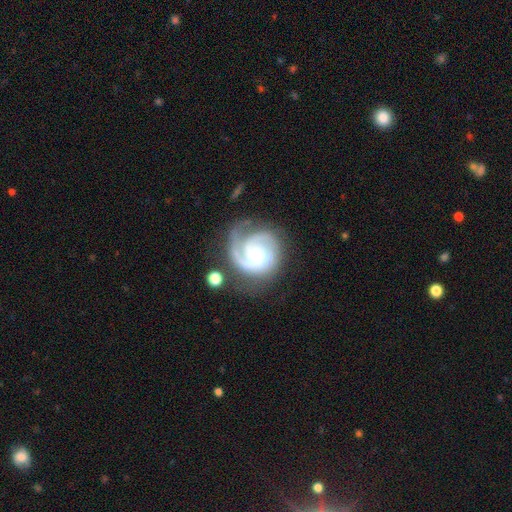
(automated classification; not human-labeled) Smooth or featured?
  - featured or disk: 88% *
  - smooth: 8%
  - star or artifact: 5%
Edge-on disk?
  - no: 98% *
  - yes: 2%
Bar?
  - no: 67% *
  - weak: 28%
  - strong: 5%
Spiral arms?
  - yes: 98% *
  - no: 2%
Spiral winding?
  - tight: 59% *
  - medium: 34%
  - loose: 8%
Spiral arm count?
  - 2: 38% *
  - 3: 30%
  - 1: 14%
  - can't tell: 11%
  - 4: 4%
  - more than 4: 3%
Bulge size?
  - moderate: 61% *
  - small: 30%
  - large: 7%
  - none: 2%
  - dominant: 1%
Merging?
  - none: 64% *
  - minor disturbance: 21%
  - major disturbance: 12%
  - merger: 3%